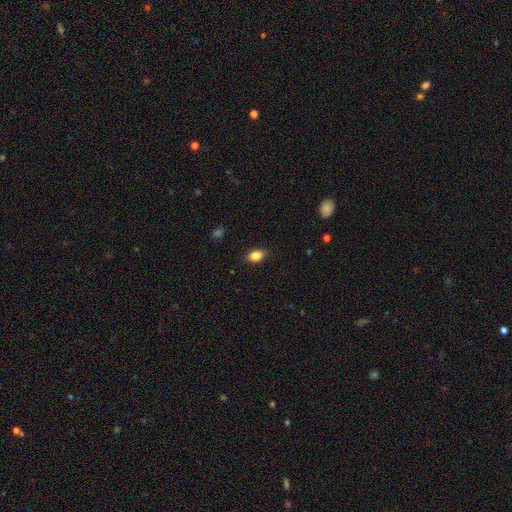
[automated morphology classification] A smooth galaxy with no disk features (86%) that is in between round and cigar-shaped (83%).

Vote fractions:
- Smooth or featured? smooth: 86% / star or artifact: 9% / featured or disk: 5%
- How rounded? in between: 83% / round: 15% / cigar-shaped: 2%
- Merging? none: 85% / minor disturbance: 11% / major disturbance: 2% / merger: 1%